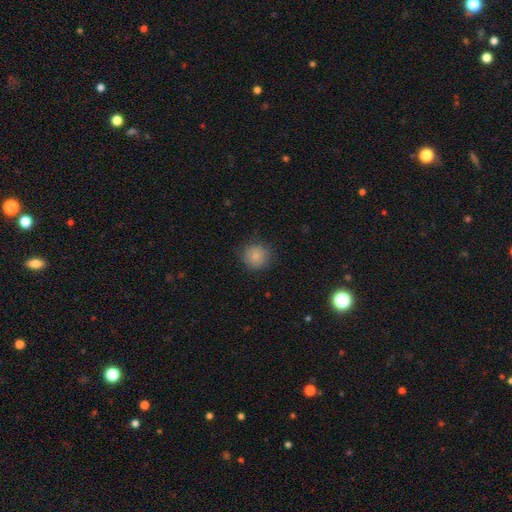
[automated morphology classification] Overall: smooth (85%). How rounded: round (91%). Merging: none (83%).